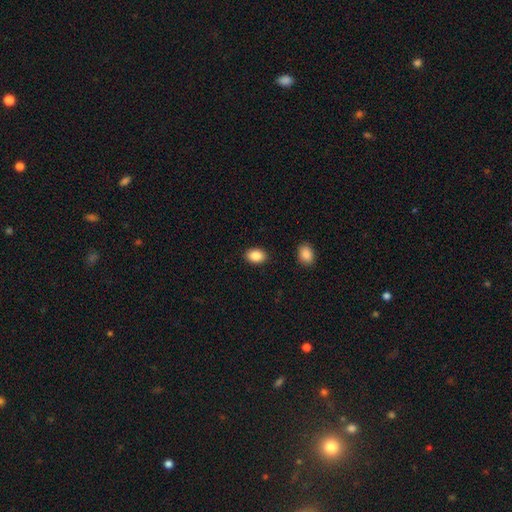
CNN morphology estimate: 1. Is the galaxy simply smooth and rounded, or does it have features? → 88% smooth, 8% star or artifact, 5% featured or disk.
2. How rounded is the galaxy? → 79% in between, 20% round, 1% cigar-shaped.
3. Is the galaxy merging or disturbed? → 88% none, 8% minor disturbance, 2% major disturbance, 2% merger.